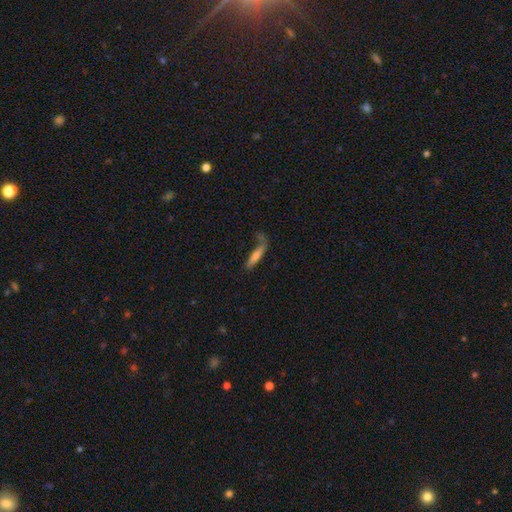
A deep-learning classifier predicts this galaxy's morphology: type=smooth (67%); roundness=cigar-shaped (81%); merging=none (48%).